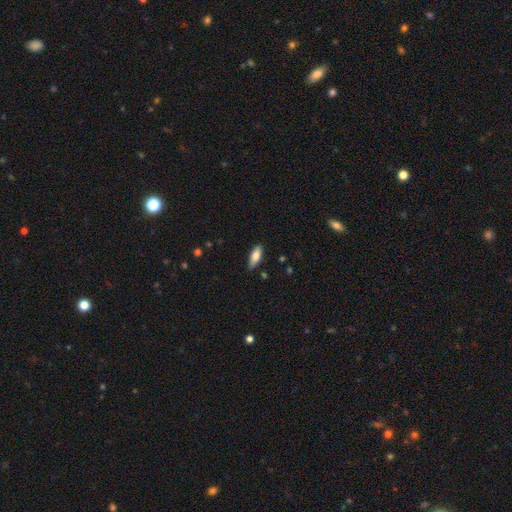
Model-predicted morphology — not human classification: This appears to be a smooth galaxy with no disk features (80%) that is in between round and cigar-shaped (71%). Merging: none (83%).